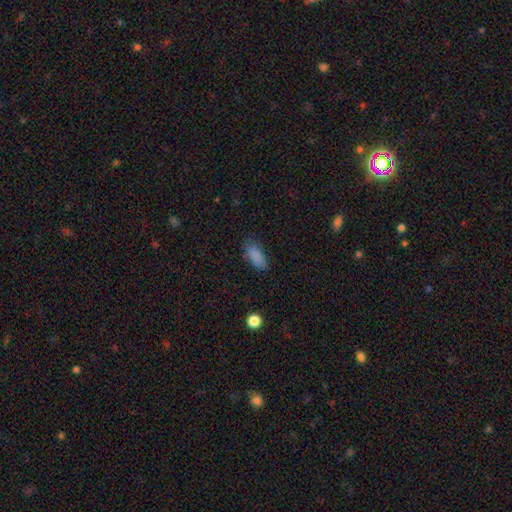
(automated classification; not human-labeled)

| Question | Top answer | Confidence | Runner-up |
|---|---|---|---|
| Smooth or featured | smooth | 85% | star or artifact (9%) |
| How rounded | in between | 83% | cigar-shaped (14%) |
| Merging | none | 72% | minor disturbance (21%) |